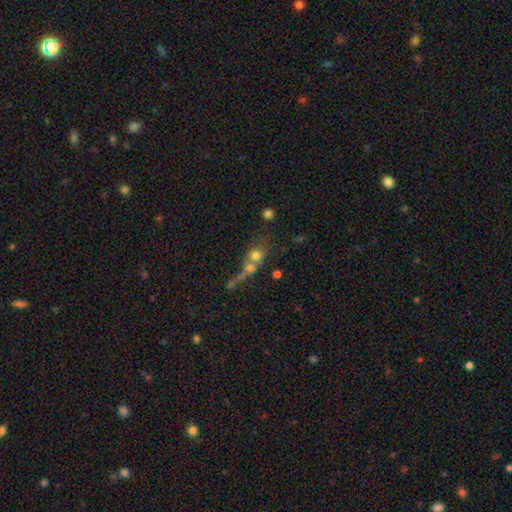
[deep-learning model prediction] Overall: smooth (62%; featured or disk 23%). How rounded: round (66%; in between 27%). Merging: merger (56%; none 25%).